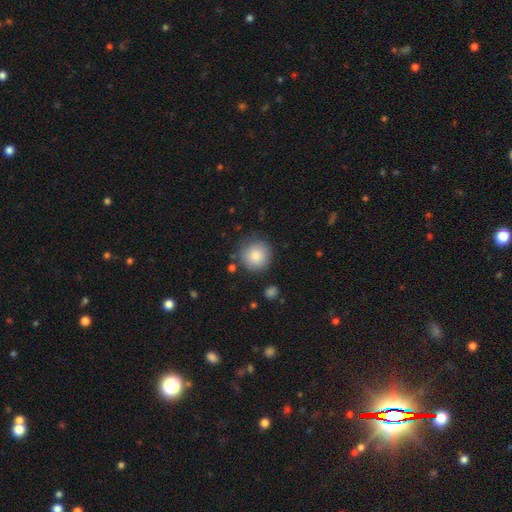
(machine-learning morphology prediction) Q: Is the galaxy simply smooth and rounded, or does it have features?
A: smooth — 85%.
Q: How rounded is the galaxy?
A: round — 94%.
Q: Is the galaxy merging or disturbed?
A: none — 82%.